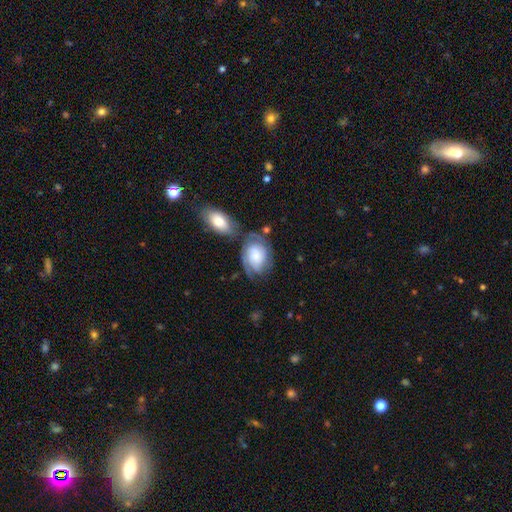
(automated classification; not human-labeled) featured or disk 51%, smooth 42%, star or artifact 7%. Down the decision tree: edge-on disk — no (97%); merging — none (48%).